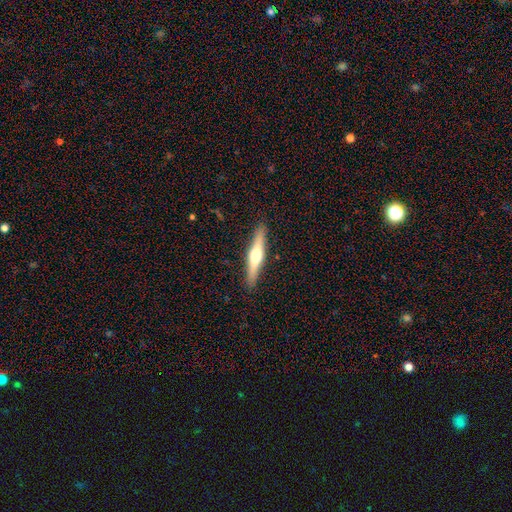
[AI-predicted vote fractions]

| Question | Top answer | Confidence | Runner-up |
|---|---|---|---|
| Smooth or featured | featured or disk | 58% | smooth (37%) |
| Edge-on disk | yes | 96% | no (4%) |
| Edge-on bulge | rounded | 90% | none (5%) |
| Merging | none | 90% | minor disturbance (7%) |